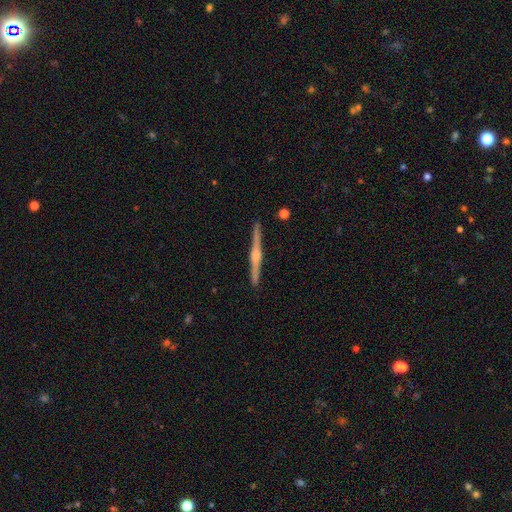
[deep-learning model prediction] Q: Smooth or featured?
A: featured or disk (80%); runner-up: smooth (14%)
Q: Edge-on disk?
A: yes (99%); runner-up: no (1%)
Q: Edge-on bulge?
A: rounded (84%); runner-up: boxy (9%)
Q: Merging?
A: none (92%); runner-up: minor disturbance (5%)